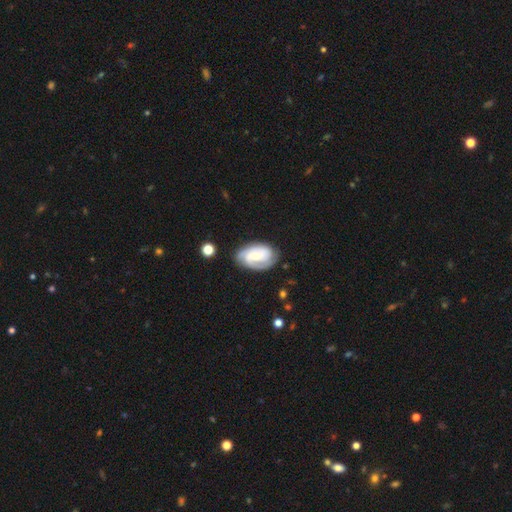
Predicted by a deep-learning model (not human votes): Smooth or featured? featured or disk (80%)
Edge-on disk? no (97%)
Bar? no (51%)
Spiral arms? yes (95%)
Spiral winding? tight (57%)
Spiral arm count? 2 (47%)
Bulge size? small (49%)
Merging? none (73%)